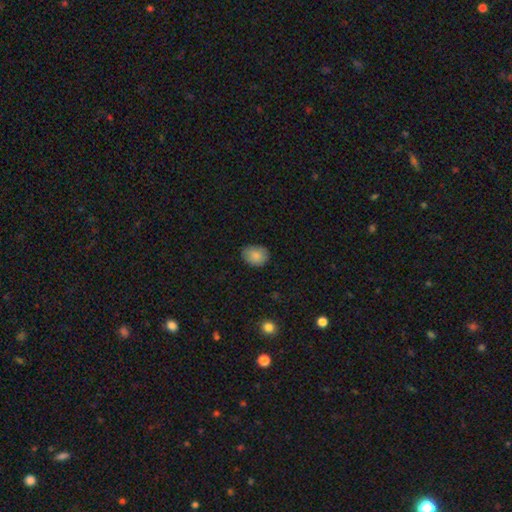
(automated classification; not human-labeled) Morphology: type=smooth (86%); roundness=in between (57%); merging=none (80%).